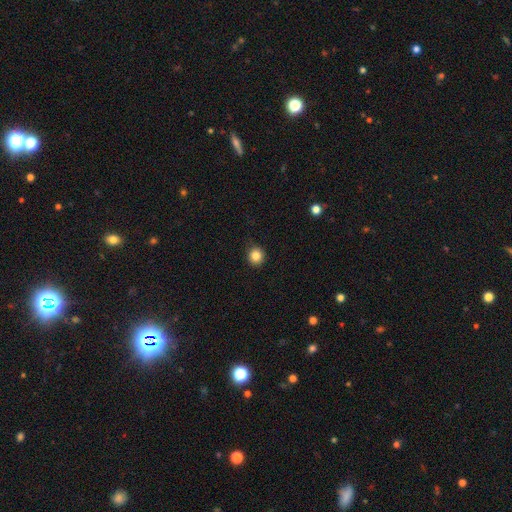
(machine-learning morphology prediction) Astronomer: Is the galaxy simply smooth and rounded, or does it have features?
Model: smooth — 85%.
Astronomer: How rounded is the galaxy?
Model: round — 92%.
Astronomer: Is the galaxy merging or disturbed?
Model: none — 88%.